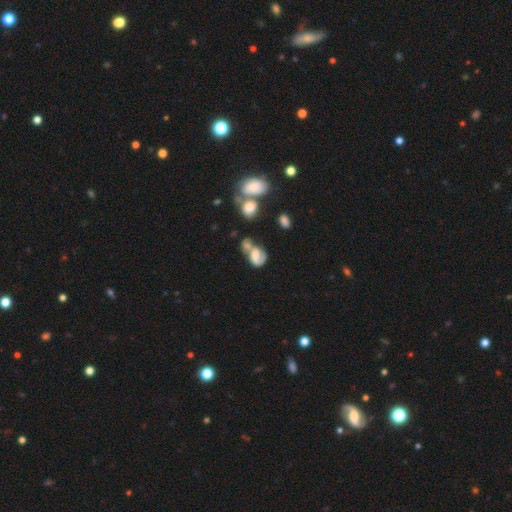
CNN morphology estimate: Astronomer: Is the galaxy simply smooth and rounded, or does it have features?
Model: featured or disk — 50% (runner-up: smooth, 41%).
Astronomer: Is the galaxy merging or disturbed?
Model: merger — 39% (runner-up: none, 27%).